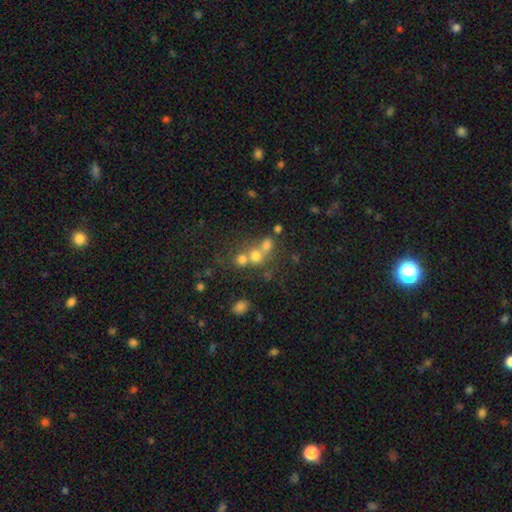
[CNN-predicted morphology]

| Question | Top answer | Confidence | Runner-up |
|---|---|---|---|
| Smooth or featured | smooth | 63% | star or artifact (20%) |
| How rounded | round | 77% | in between (21%) |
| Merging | merger | 51% | none (37%) |